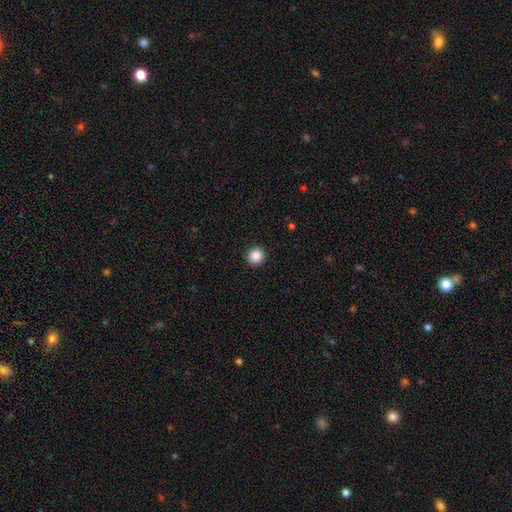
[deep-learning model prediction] This appears to be a smooth galaxy with no disk features (88%) that is round (94%). Merging: none (93%).